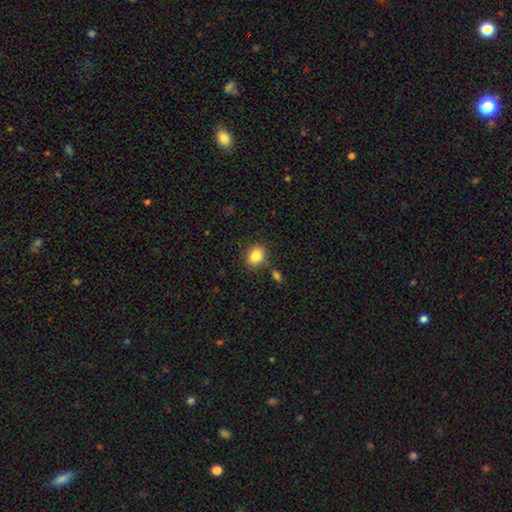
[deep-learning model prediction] A smooth galaxy with no disk features (85%) that is in between round and cigar-shaped (51%). Merging: none (77%).